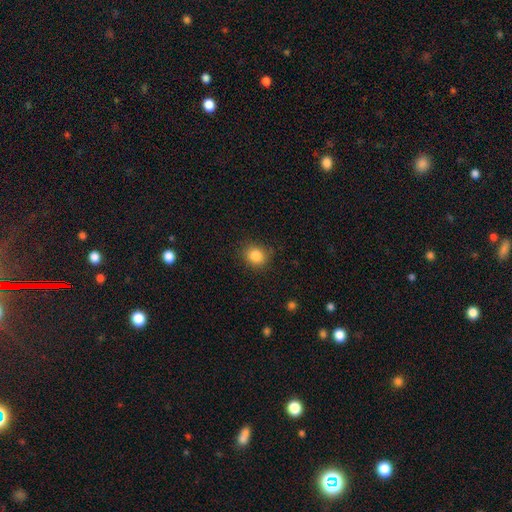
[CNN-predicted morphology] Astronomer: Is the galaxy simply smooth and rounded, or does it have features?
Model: smooth — 85%.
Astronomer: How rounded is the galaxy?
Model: round — 78%.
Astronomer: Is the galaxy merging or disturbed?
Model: none — 83%.